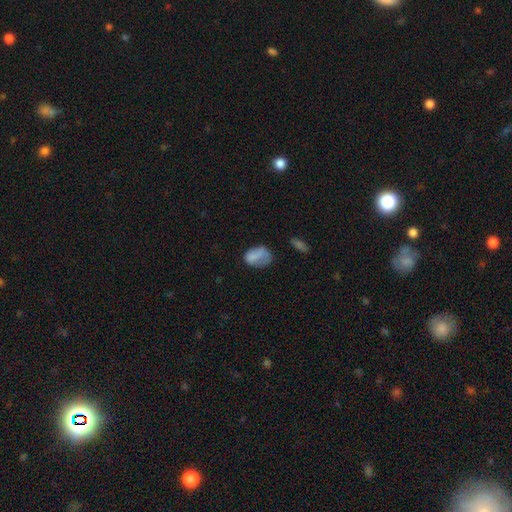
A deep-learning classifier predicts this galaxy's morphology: smooth_or_featured: smooth (p=0.72) [alt: featured or disk p=0.18]
how_rounded: in between (p=0.80) [alt: round p=0.18]
merging: none (p=0.36) [alt: minor disturbance p=0.33]